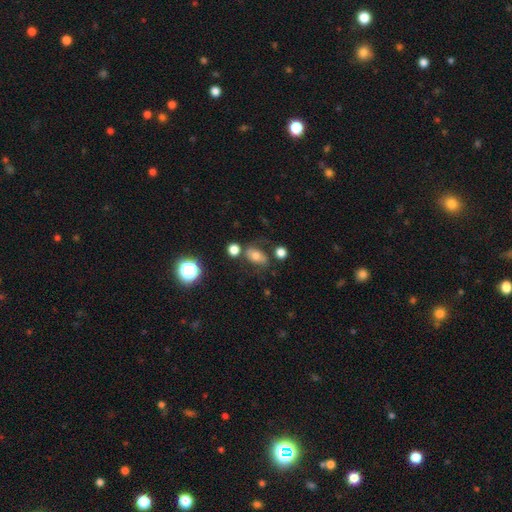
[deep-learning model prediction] smooth_or_featured: smooth (p=0.62) [alt: featured or disk p=0.24]
how_rounded: in between (p=0.76) [alt: round p=0.21]
merging: none (p=0.57) [alt: minor disturbance p=0.20]